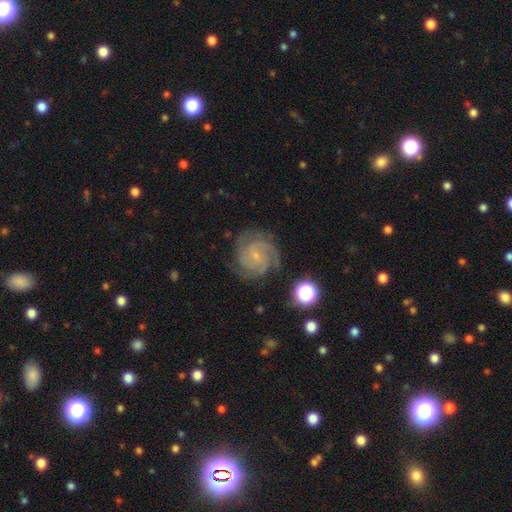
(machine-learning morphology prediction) featured or disk 85%, smooth 8%, star or artifact 7%. Down the decision tree: edge-on disk — no (98%); bar — no (67%); spiral arms — yes (98%); spiral arm count — 3 (39%); spiral winding — tight (62%); bulge size — small (80%); merging — none (76%).